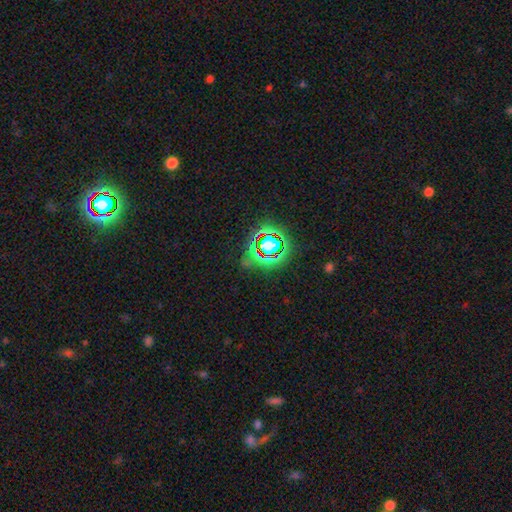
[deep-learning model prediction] Smooth or featured: star or artifact — 80% (smooth — 12%)